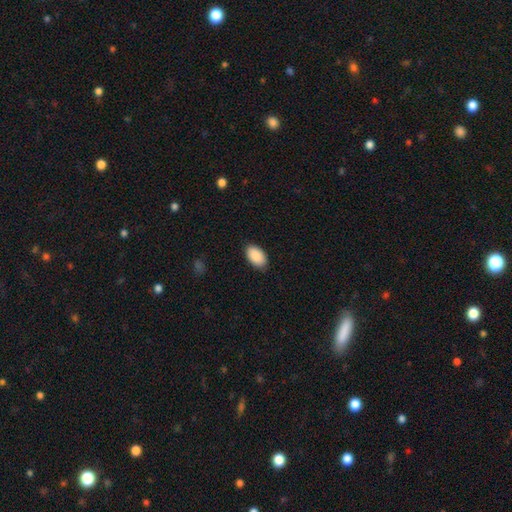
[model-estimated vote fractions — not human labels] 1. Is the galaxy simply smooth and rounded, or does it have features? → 91% smooth, 6% star or artifact, 3% featured or disk.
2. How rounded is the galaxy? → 95% in between, 4% round, 1% cigar-shaped.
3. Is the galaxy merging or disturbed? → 87% none, 10% minor disturbance, 2% major disturbance, 1% merger.